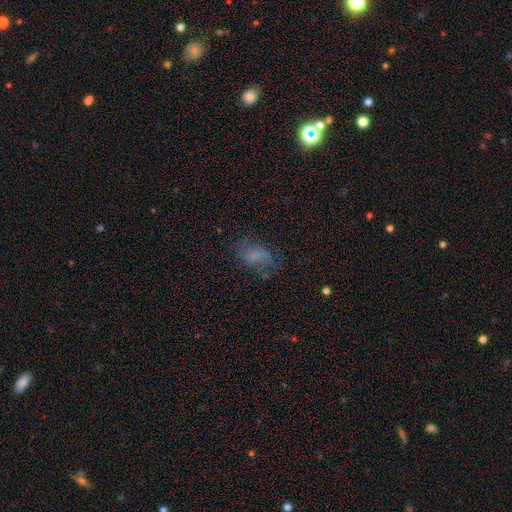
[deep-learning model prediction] A smooth galaxy with no disk features (47%).

Vote fractions:
- Smooth or featured? smooth: 47% / featured or disk: 37% / star or artifact: 16%
- Merging? none: 52% / minor disturbance: 23% / major disturbance: 22% / merger: 2%